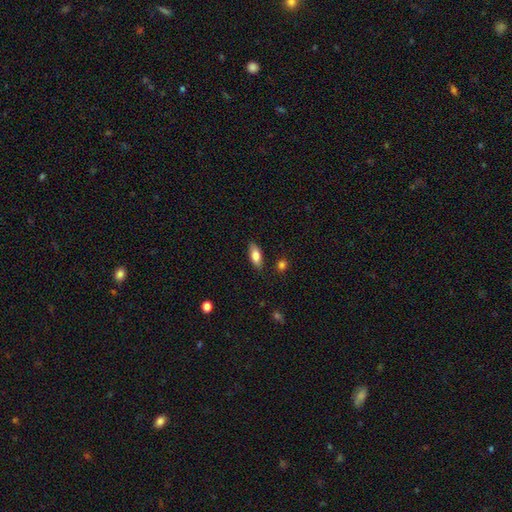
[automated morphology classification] smooth-or-featured: smooth: 81% | featured or disk: 12% | star or artifact: 7%
  how-rounded: in between: 82% | cigar-shaped: 15% | round: 3%
  merging: none: 84% | minor disturbance: 12% | major disturbance: 3% | merger: 2%